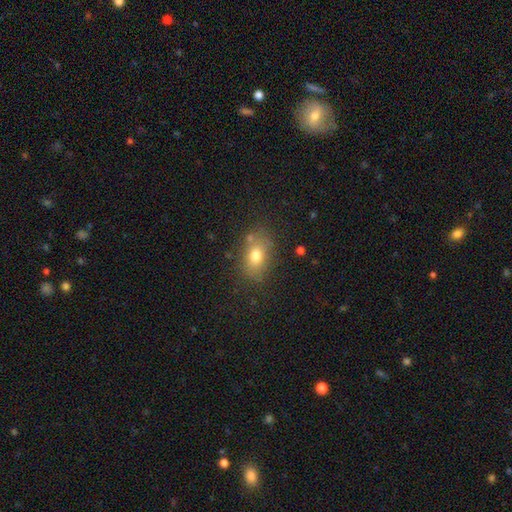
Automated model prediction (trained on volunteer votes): The model was most divided on "how rounded": in between: 77%, round: 20%, cigar-shaped: 2%. More confident: smooth or featured — smooth (75%); merging — none (75%).